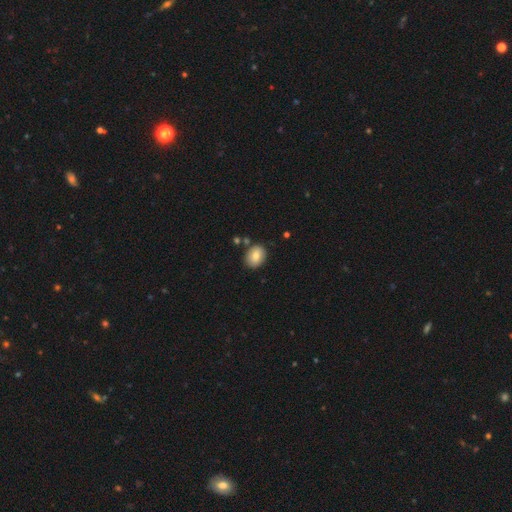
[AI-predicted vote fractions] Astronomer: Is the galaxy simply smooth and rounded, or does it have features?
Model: smooth — 80%.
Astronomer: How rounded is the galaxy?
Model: in between — 59% (runner-up: round, 40%).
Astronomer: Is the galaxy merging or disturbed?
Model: none — 82%.